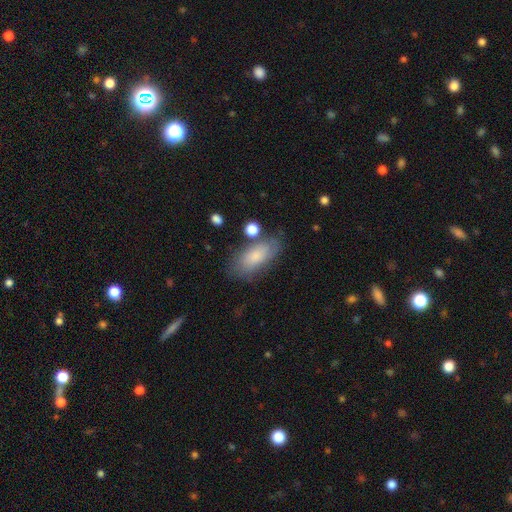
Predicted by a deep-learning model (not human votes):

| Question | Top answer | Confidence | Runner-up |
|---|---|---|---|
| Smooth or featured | smooth | 75% | featured or disk (17%) |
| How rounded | in between | 88% | cigar-shaped (8%) |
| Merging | none | 68% | minor disturbance (20%) |